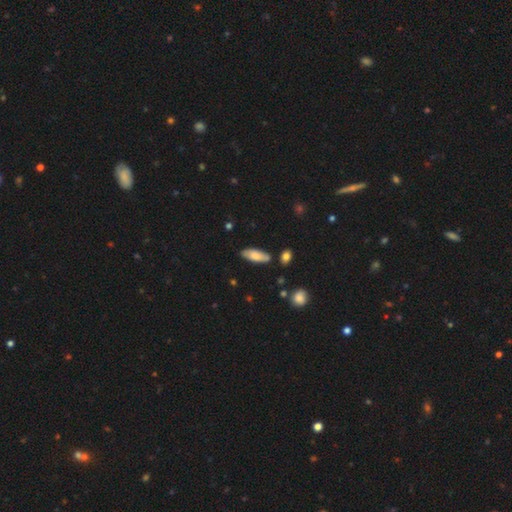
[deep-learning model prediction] smooth_or_featured: smooth (p=0.76) [alt: featured or disk p=0.18]
how_rounded: in between (p=0.74) [alt: cigar-shaped p=0.24]
merging: none (p=0.78) [alt: minor disturbance p=0.15]